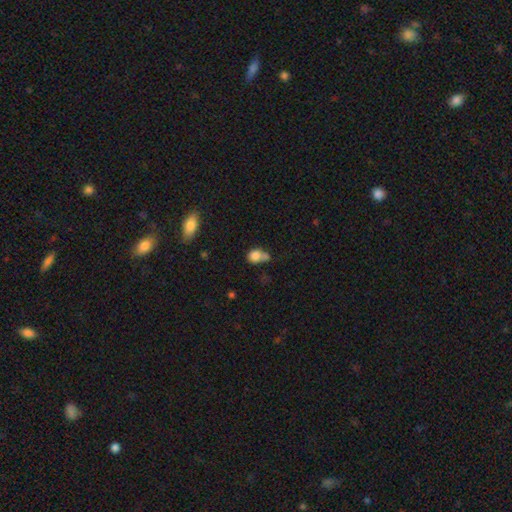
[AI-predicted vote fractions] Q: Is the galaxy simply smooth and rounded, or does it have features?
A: smooth — 80%.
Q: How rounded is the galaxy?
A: round — 60%.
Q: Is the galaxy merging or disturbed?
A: merger — 43%.